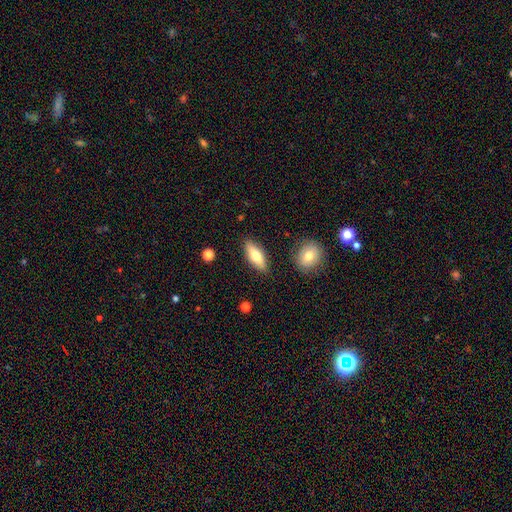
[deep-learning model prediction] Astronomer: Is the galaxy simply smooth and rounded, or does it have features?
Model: smooth — 65%.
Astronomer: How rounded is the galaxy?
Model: in between — 64%.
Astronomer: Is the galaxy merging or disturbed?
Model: none — 85%.